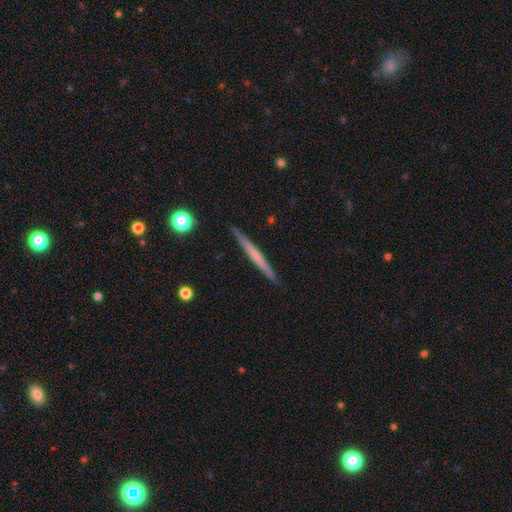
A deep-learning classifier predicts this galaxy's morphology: Smooth or featured: featured or disk — 51% (smooth — 44%)
Edge-on disk: yes — 97% (no — 3%)
Merging: none — 91% (minor disturbance — 7%)